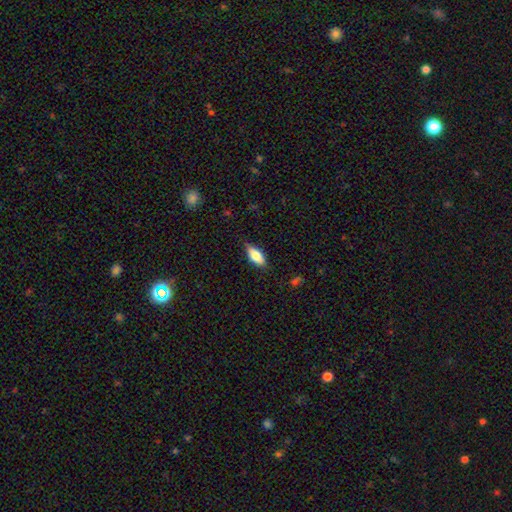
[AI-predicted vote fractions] The model was most divided on "smooth or featured": smooth: 71%, featured or disk: 23%, star or artifact: 7%. More confident: merging — none (81%); how rounded — in between (77%).